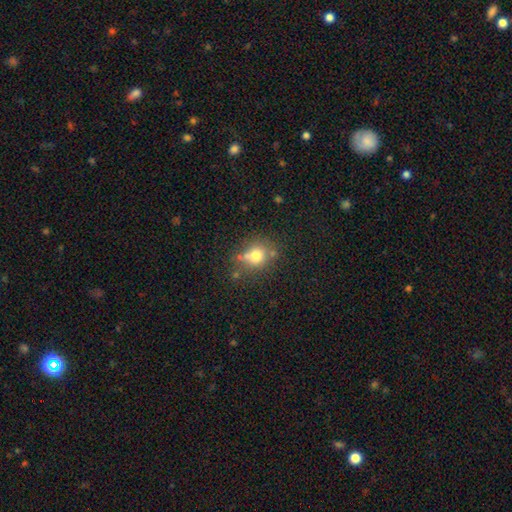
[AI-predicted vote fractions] smooth-or-featured: smooth: 73% | star or artifact: 14% | featured or disk: 13%
  how-rounded: round: 73% | in between: 25% | cigar-shaped: 1%
  merging: none: 60% | minor disturbance: 18% | merger: 15% | major disturbance: 7%